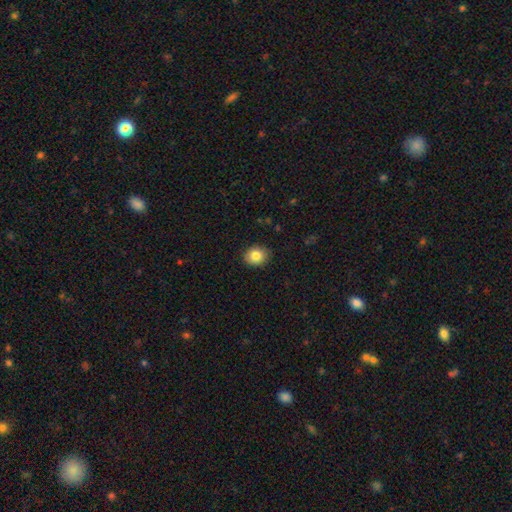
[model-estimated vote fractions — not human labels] smooth-or-featured: smooth: 84% | star or artifact: 9% | featured or disk: 7%
  how-rounded: round: 65% | in between: 34% | cigar-shaped: 1%
  merging: none: 88% | minor disturbance: 9% | major disturbance: 2% | merger: 1%